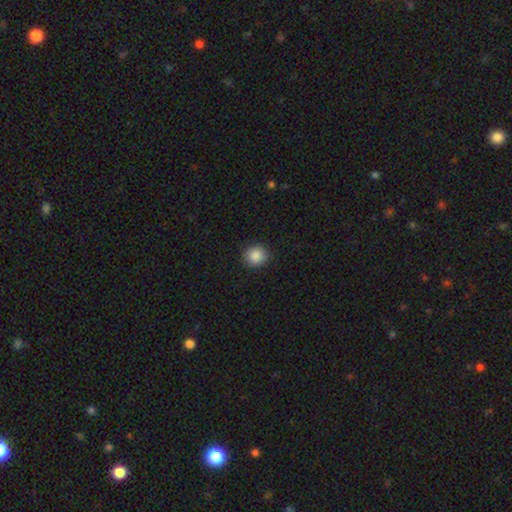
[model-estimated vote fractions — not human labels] Smooth or featured? Predicted: smooth (p=0.87). How rounded? Predicted: round (p=0.86). Merging? Predicted: none (p=0.90).